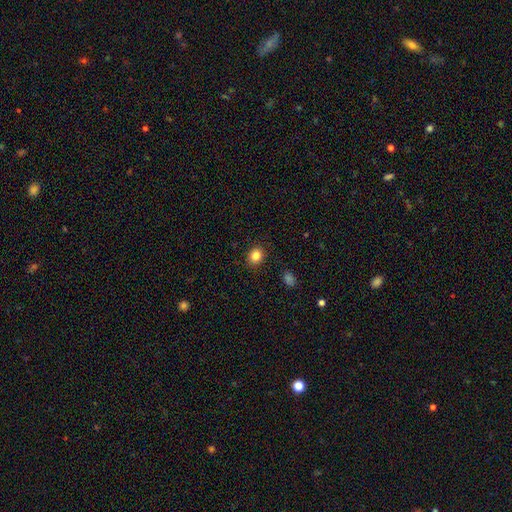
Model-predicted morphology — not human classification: A smooth galaxy with no disk features (84%) that is round (67%). Merging: none (90%).